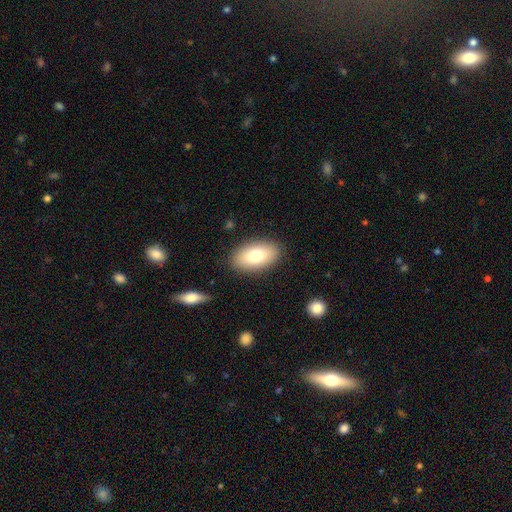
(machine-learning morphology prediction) Smooth or featured? Predicted: smooth (p=0.76). How rounded? Predicted: in between (p=0.93). Merging? Predicted: none (p=0.88).